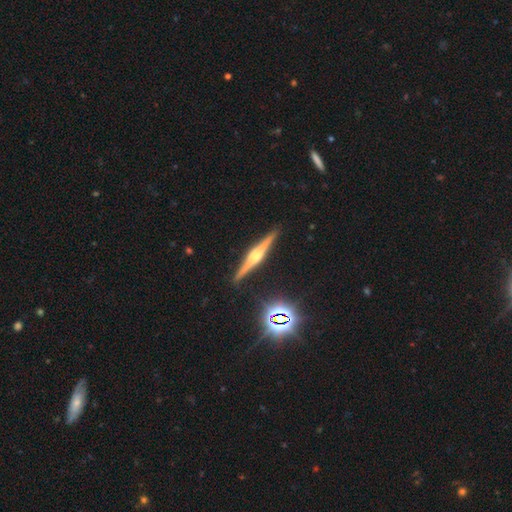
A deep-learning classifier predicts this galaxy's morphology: Smooth or featured? Predicted: featured or disk (p=0.77). Edge-on disk? Predicted: yes (p=0.98). Edge-on bulge? Predicted: rounded (p=0.85). Merging? Predicted: none (p=0.91).